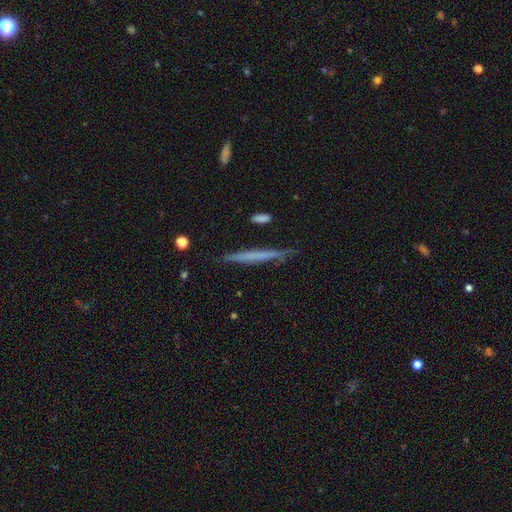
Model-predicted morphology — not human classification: type=smooth (48%); merging=none (86%).